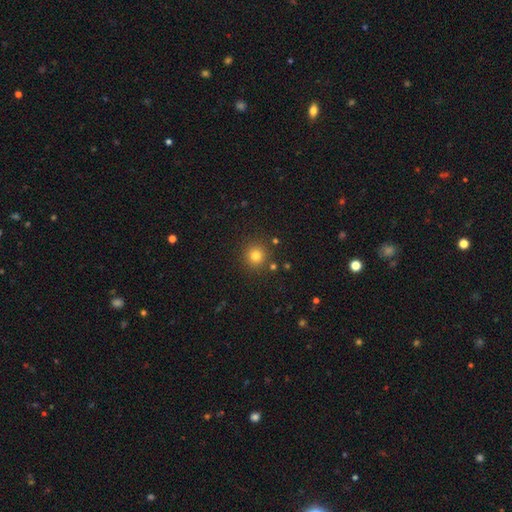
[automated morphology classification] Q: Smooth or featured?
A: smooth (79%); runner-up: star or artifact (15%)
Q: How rounded?
A: round (93%); runner-up: in between (6%)
Q: Merging?
A: none (87%); runner-up: minor disturbance (7%)